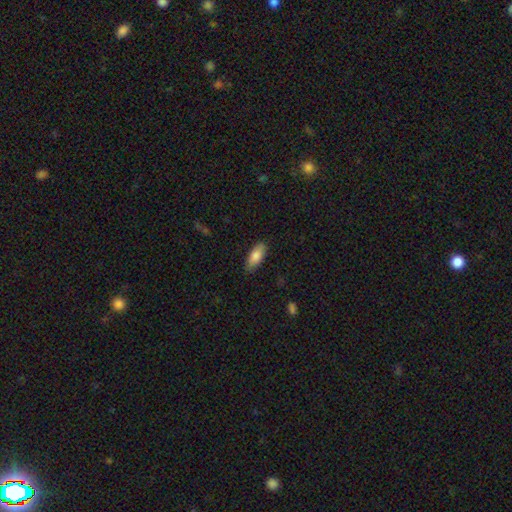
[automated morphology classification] Q: Smooth or featured?
A: smooth (81%); runner-up: featured or disk (12%)
Q: How rounded?
A: in between (80%); runner-up: cigar-shaped (18%)
Q: Merging?
A: none (84%); runner-up: minor disturbance (13%)